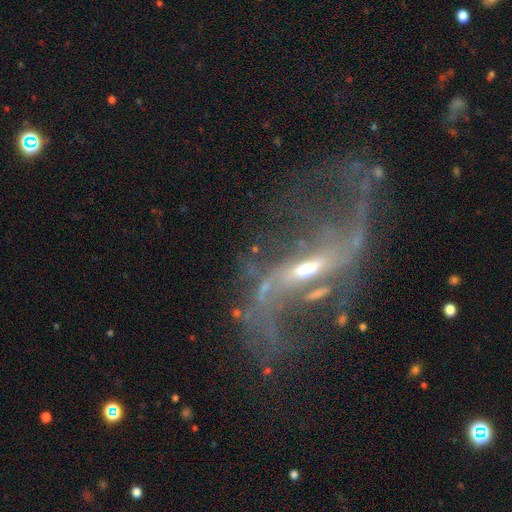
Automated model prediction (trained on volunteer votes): Smooth or featured: featured or disk — 89% (star or artifact — 7%)
Edge-on disk: no — 95% (yes — 5%)
Bar: weak — 44% (strong — 38%)
Spiral arms: yes — 94% (no — 6%)
Spiral winding: loose — 87% (medium — 10%)
Spiral arm count: 2 — 90% (can't tell — 3%)
Bulge size: small — 65% (moderate — 28%)
Merging: none — 61% (major disturbance — 17%)